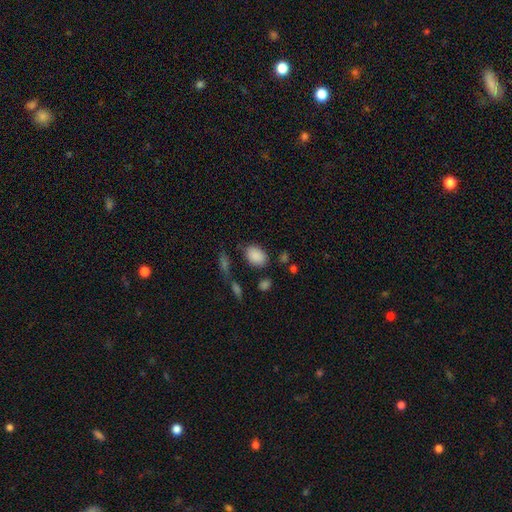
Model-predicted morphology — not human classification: Smooth or featured? smooth (87%)
How rounded? in between (83%)
Merging? none (75%)